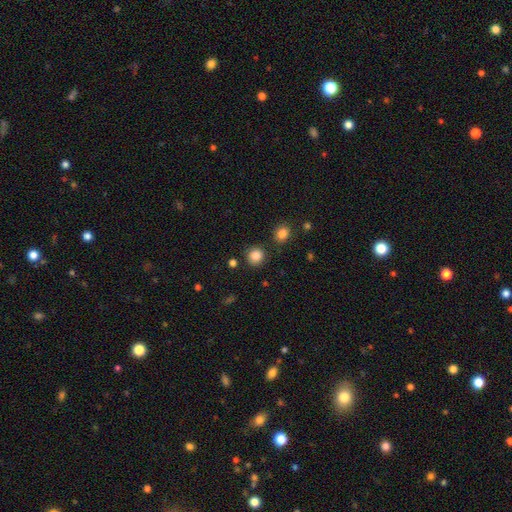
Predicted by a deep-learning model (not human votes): smooth-or-featured: smooth: 85% | star or artifact: 11% | featured or disk: 4%
  how-rounded: round: 91% | in between: 8% | cigar-shaped: 1%
  merging: none: 86% | minor disturbance: 8% | merger: 4% | major disturbance: 3%